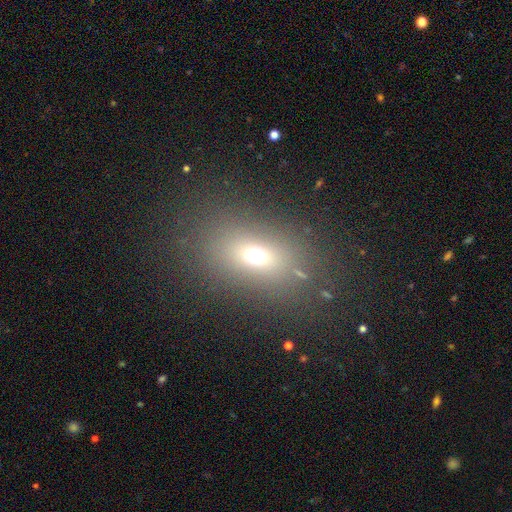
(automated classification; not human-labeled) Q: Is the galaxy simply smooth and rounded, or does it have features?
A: smooth — 63%.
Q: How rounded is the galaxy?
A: in between — 62%.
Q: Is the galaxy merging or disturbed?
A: none — 77%.